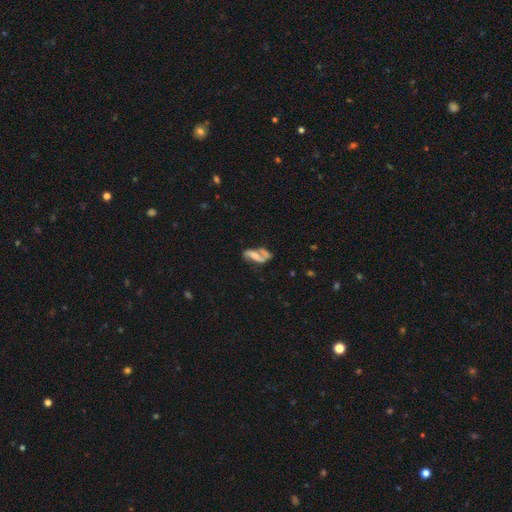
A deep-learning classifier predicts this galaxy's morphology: The model was most divided on "merging": none: 36%, merger: 25%, major disturbance: 21%, minor disturbance: 19%. Remaining: edge-on disk — no (91%); spiral arms — yes (72%); smooth or featured — featured or disk (60%); bar — no (44%); bulge size — none (39%).